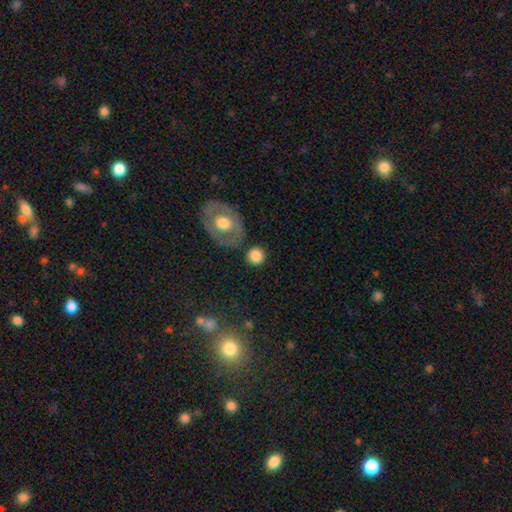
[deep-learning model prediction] This is likely a smooth galaxy (80%). How rounded: clearly round (85%). Merging: clearly none (80%).